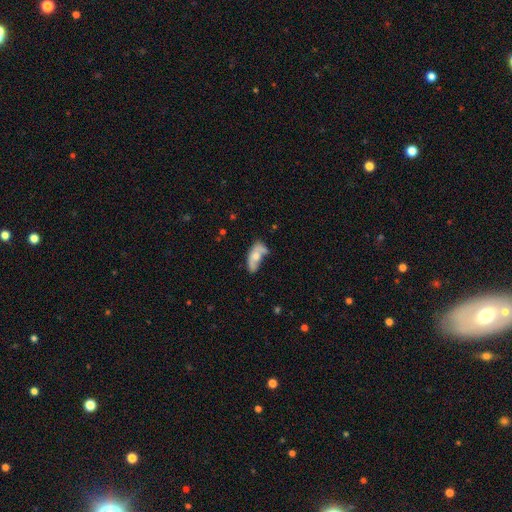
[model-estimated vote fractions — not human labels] A smooth galaxy with no disk features (52%) that is in between round and cigar-shaped (85%). Merging: none (31%).